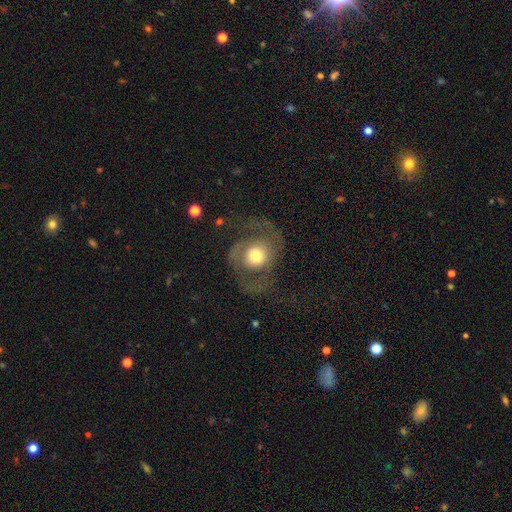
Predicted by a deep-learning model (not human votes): A featured or disk galaxy (71%) with no bar (72%), 2 (88%) medium (48%) spiral arms (82%) and a moderate central bulge (59%).

Vote fractions:
- Smooth or featured? featured or disk: 71% / smooth: 22% / star or artifact: 7%
- Edge-on disk? no: 97% / yes: 3%
- Bar? no: 72% / weak: 21% / strong: 7%
- Spiral arms? yes: 82% / no: 18%
- Spiral winding? medium: 48% / loose: 35% / tight: 17%
- Spiral arm count? 2: 88% / can't tell: 5% / 1: 4% / 3: 1% / 4: 1% / more than 4: 1%
- Bulge size? moderate: 59% / large: 23% / small: 12% / dominant: 4% / none: 1%
- Merging? none: 59% / major disturbance: 24% / minor disturbance: 15% / merger: 2%